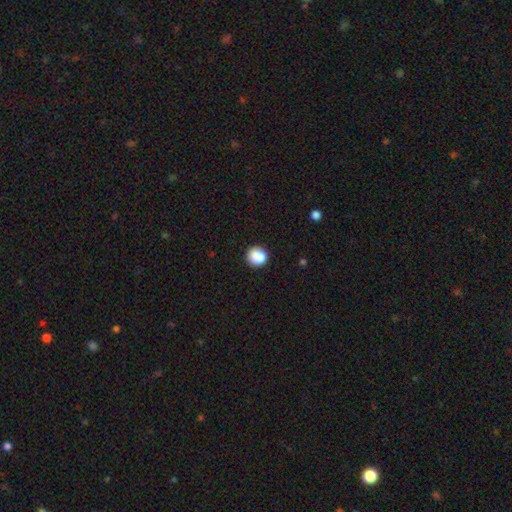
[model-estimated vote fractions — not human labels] Q: Smooth or featured?
A: smooth (85%); runner-up: star or artifact (9%)
Q: How rounded?
A: round (84%); runner-up: in between (15%)
Q: Merging?
A: none (77%); runner-up: minor disturbance (16%)